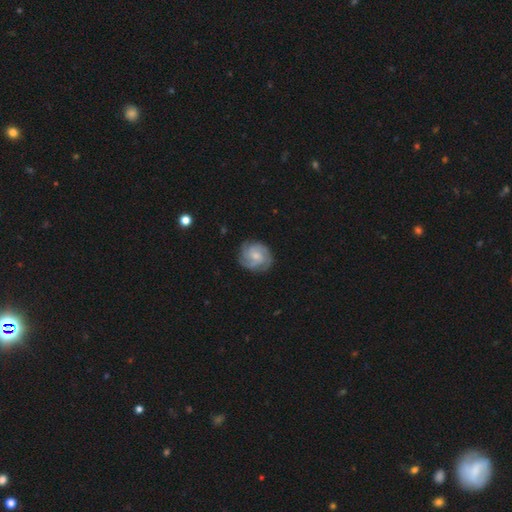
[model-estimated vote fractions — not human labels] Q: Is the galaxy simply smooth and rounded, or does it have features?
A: featured or disk — 80%.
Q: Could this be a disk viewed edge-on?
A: no — 98%.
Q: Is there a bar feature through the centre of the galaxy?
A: no — 62%.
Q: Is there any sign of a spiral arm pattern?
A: yes — 97%.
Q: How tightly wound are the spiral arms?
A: tight — 60%.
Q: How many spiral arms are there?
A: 3 — 42%.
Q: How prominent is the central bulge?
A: small — 45%, tied with moderate.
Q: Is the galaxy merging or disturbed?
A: none — 80%.